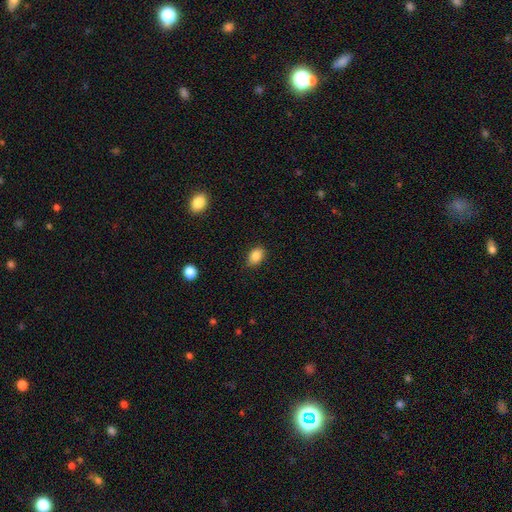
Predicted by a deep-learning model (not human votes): Morphology: type=smooth (85%); roundness=in between (81%); merging=none (84%).